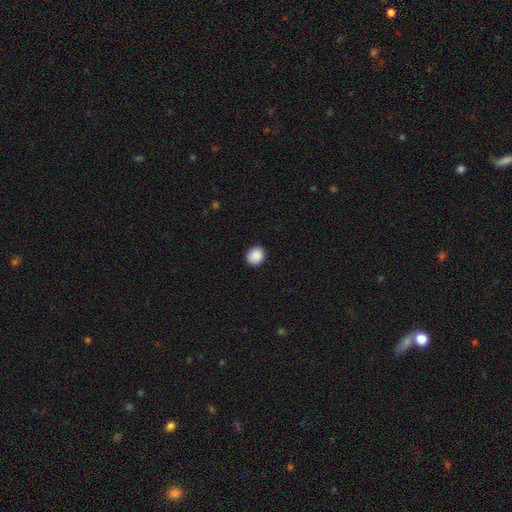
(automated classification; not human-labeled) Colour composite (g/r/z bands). It shows a smooth galaxy with no disk features (89%) that is round (74%). Merging: none (90%).